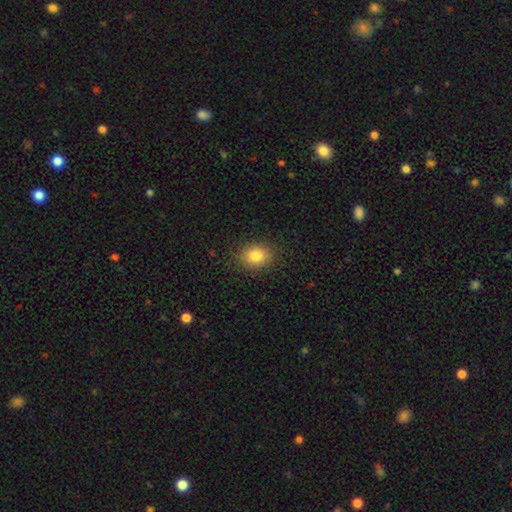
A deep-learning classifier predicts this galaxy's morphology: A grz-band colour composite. It shows a smooth galaxy with no disk features (85%) that is round (52%). Merging: none (87%).